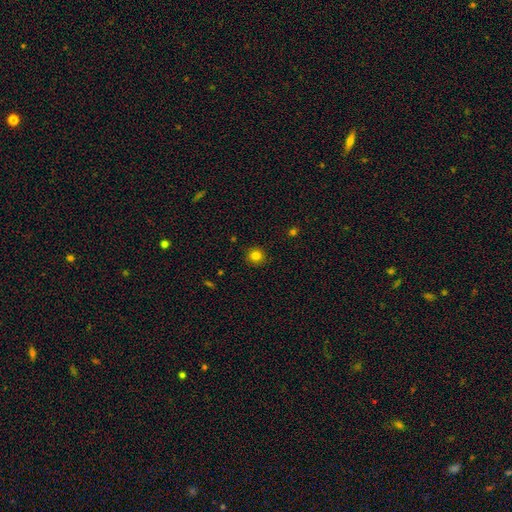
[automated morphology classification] Smooth or featured? Predicted: smooth (p=0.81). How rounded? Predicted: round (p=0.92). Merging? Predicted: none (p=0.91).